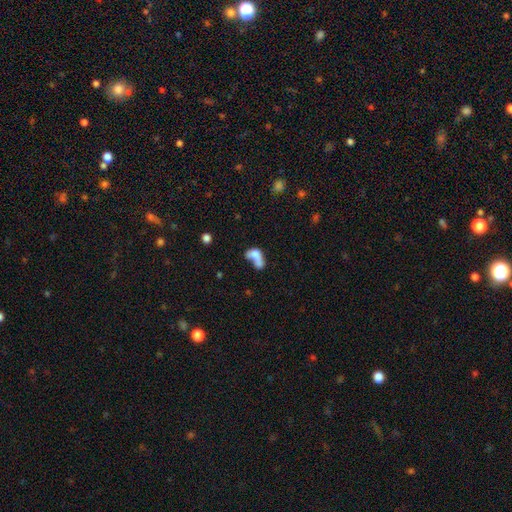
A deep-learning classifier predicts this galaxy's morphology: This appears to be a smooth galaxy with no disk features (66%) that is in between round and cigar-shaped (76%). Merging: merger (58%).